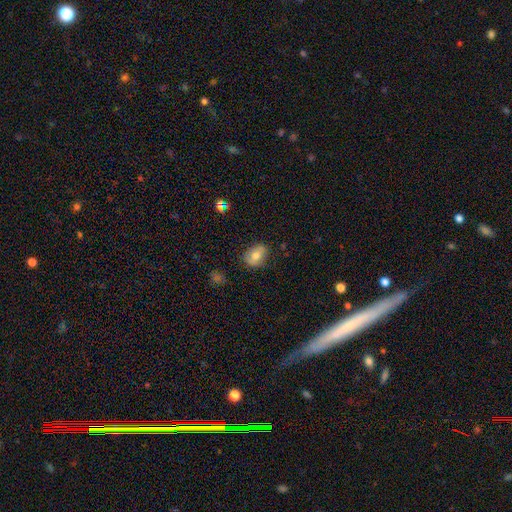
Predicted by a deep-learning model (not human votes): A smooth galaxy with no disk features (71%) that is in between round and cigar-shaped (65%).

Vote fractions:
- Smooth or featured? smooth: 71% / featured or disk: 20% / star or artifact: 9%
- How rounded? in between: 65% / round: 33% / cigar-shaped: 1%
- Merging? none: 77% / minor disturbance: 18% / major disturbance: 4% / merger: 2%